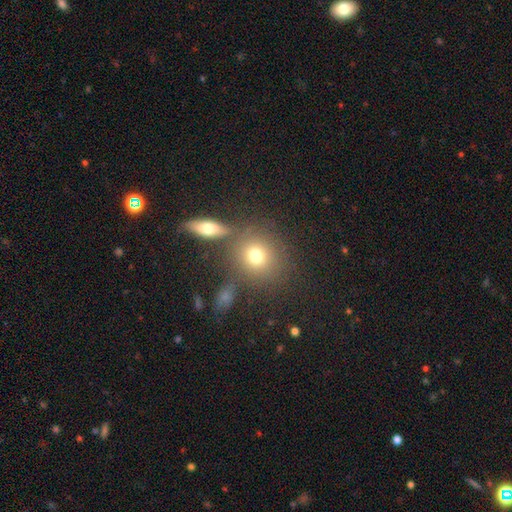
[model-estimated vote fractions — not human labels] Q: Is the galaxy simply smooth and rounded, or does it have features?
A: smooth — 75%.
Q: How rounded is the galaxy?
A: round — 80%.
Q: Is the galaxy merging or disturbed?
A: none — 69%.